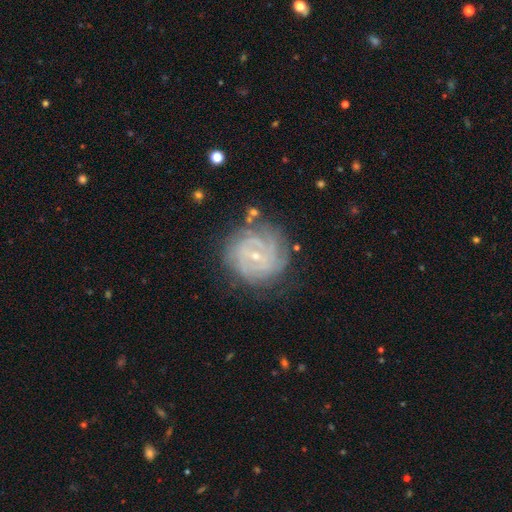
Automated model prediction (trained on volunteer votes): Overall: featured or disk (82%). Edge-on disk: no (97%). Bar: weak (49%; no 36%). Spiral arms: yes (93%). Spiral arm count: can't tell (35%; 2 20%). Spiral winding: tight (70%). Bulge size: small (77%). Merging: none (74%).